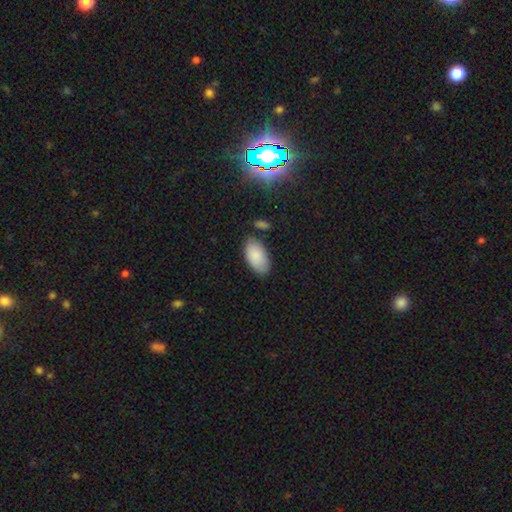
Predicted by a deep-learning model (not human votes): Smooth or featured: smooth — 88% (star or artifact — 6%)
How rounded: in between — 95% (round — 3%)
Merging: none — 78% (minor disturbance — 15%)